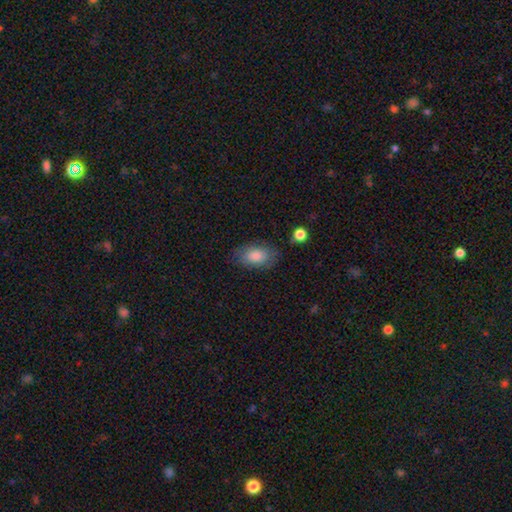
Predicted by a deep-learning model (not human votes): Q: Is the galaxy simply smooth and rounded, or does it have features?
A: smooth — 81%.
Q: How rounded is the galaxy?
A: in between — 91%.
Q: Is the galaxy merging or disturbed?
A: none — 78%.